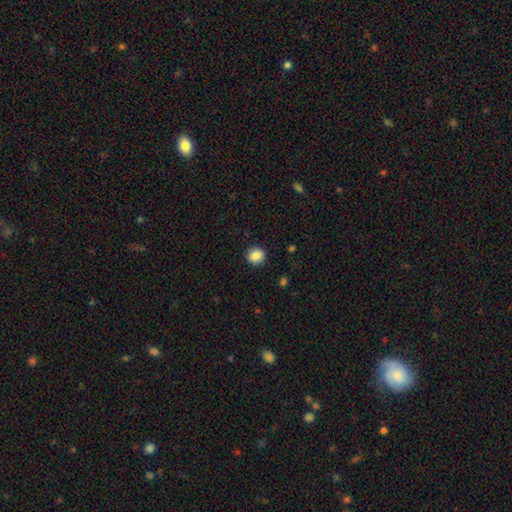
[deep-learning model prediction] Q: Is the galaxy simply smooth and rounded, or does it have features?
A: smooth — 86%.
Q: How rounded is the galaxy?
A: round — 90%.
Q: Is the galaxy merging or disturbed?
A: none — 92%.